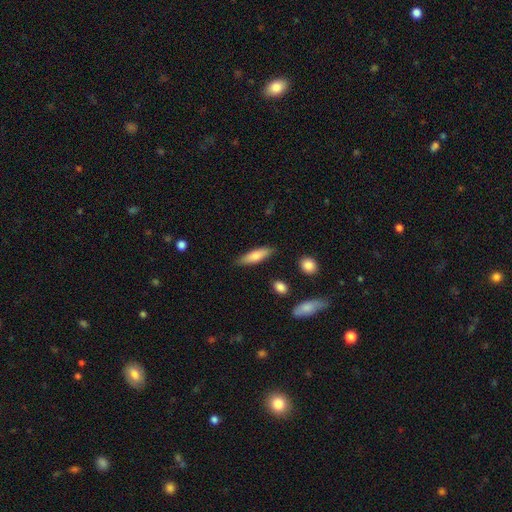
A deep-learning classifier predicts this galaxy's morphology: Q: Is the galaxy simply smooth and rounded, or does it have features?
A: smooth — 75%.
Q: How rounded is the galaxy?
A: cigar-shaped — 57%.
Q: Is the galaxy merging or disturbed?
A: none — 83%.